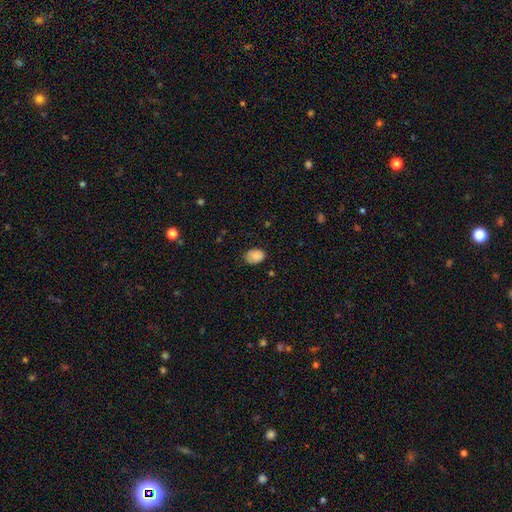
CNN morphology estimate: Q: Smooth or featured?
A: smooth (84%); runner-up: star or artifact (8%)
Q: How rounded?
A: in between (75%); runner-up: round (24%)
Q: Merging?
A: none (73%); runner-up: minor disturbance (22%)